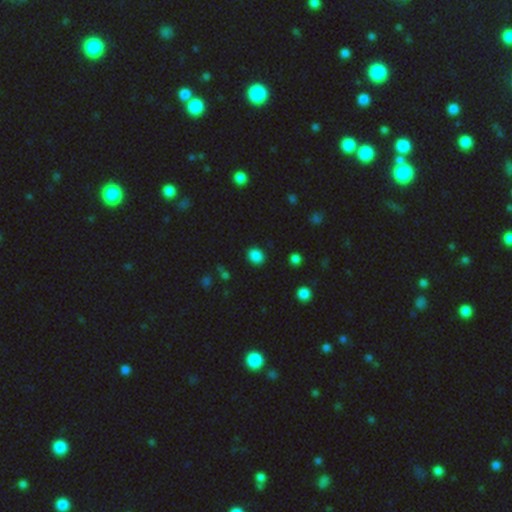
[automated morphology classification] Overall: smooth (85%). How rounded: round (60%; in between 39%). Merging: none (87%).